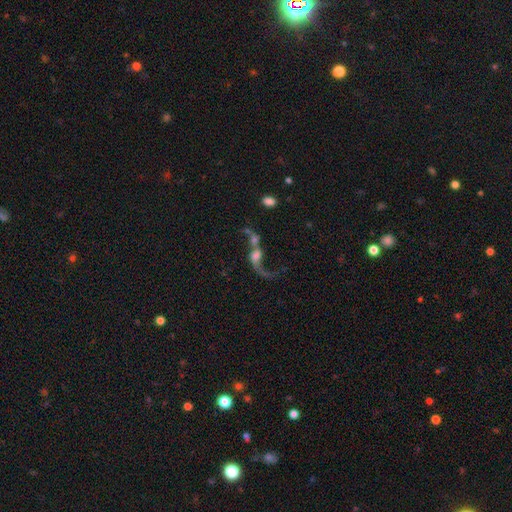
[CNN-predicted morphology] Smooth or featured? featured or disk (67%)
Edge-on disk? no (94%)
Bar? no (62%)
Spiral arms? yes (79%)
Bulge size? moderate (31%)
Merging? merger (53%)